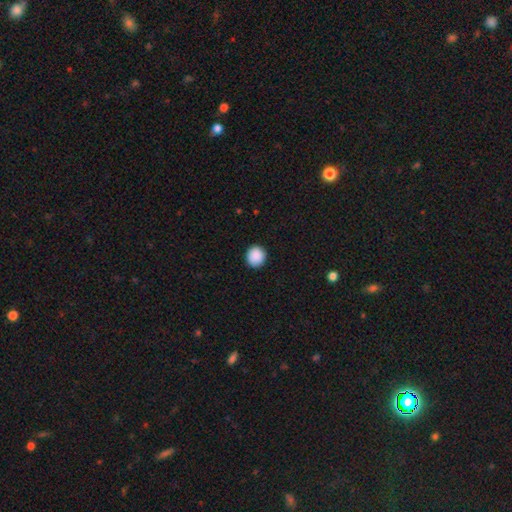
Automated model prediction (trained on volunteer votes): Smooth or featured? smooth (90%)
How rounded? round (89%)
Merging? none (92%)